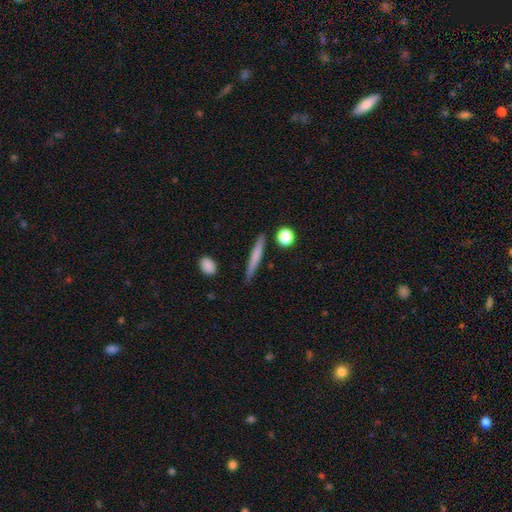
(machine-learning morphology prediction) This is likely a smooth galaxy (63%). How rounded: clearly cigar-shaped (93%). Merging: clearly none (86%).